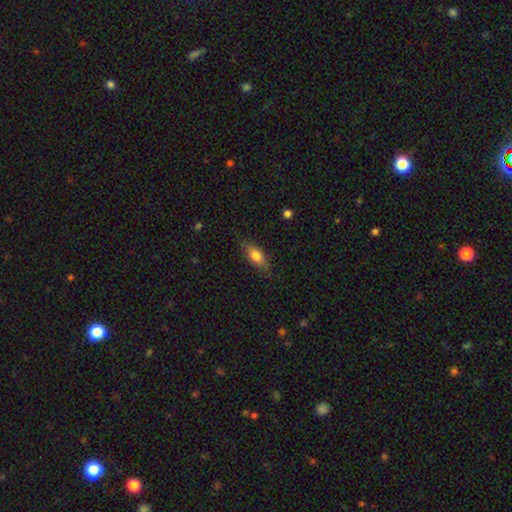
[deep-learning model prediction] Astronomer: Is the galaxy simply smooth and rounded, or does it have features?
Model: smooth — 76%.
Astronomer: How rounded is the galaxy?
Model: in between — 79%.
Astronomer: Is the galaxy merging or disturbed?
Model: none — 79%.